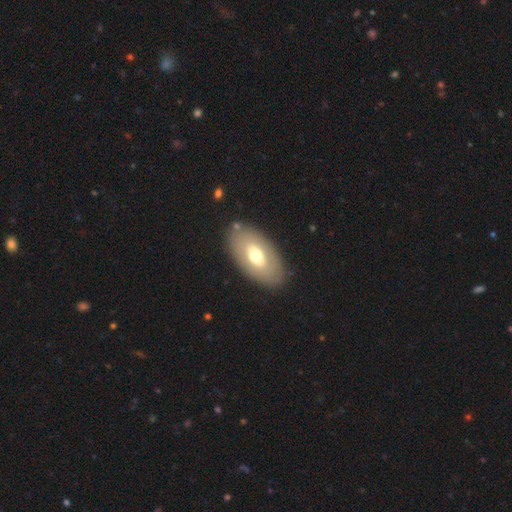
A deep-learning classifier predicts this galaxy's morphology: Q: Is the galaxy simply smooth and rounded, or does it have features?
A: smooth — 59%.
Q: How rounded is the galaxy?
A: in between — 93%.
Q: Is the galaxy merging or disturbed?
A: none — 84%.